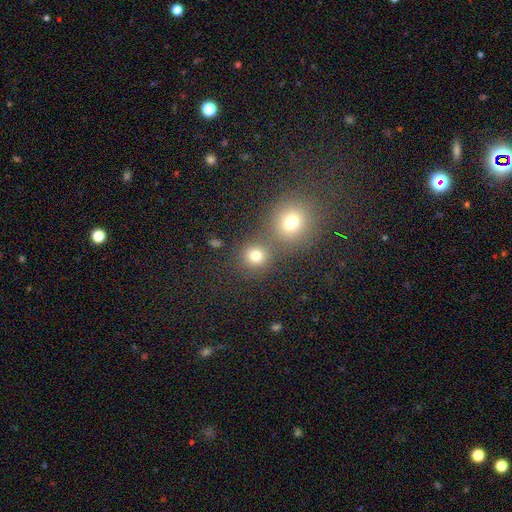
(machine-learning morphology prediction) A smooth galaxy with no disk features (78%) that is round (88%). Merging: none (62%).